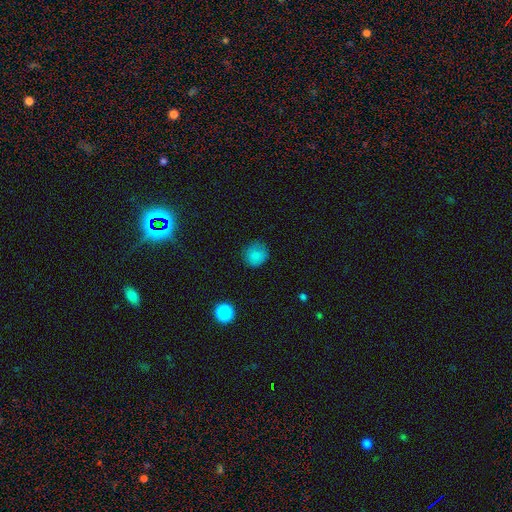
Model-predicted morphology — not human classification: A smooth galaxy with no disk features (82%) that is round (85%).

Vote fractions:
- Smooth or featured? smooth: 82% / star or artifact: 13% / featured or disk: 5%
- How rounded? round: 85% / in between: 15% / cigar-shaped: 1%
- Merging? none: 80% / minor disturbance: 15% / major disturbance: 4% / merger: 1%